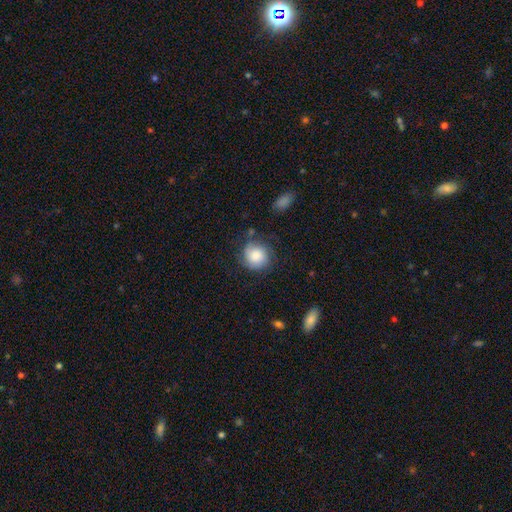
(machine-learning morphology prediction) Smooth or featured: smooth — 74% (featured or disk — 18%)
How rounded: round — 88% (in between — 11%)
Merging: none — 70% (minor disturbance — 19%)